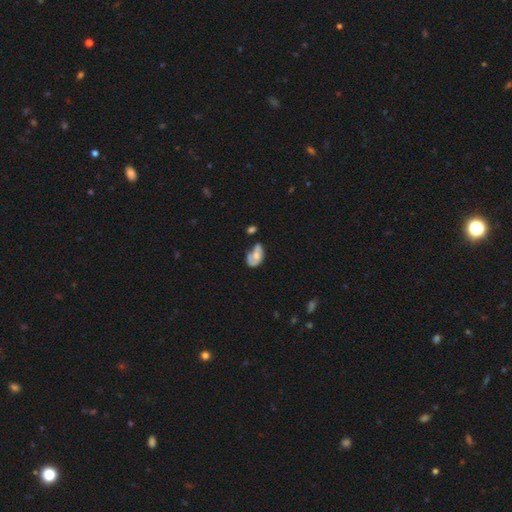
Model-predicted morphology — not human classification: A smooth galaxy with no disk features (48%).

Vote fractions:
- Smooth or featured? smooth: 48% / featured or disk: 44% / star or artifact: 8%
- Merging? minor disturbance: 28% / none: 25% / major disturbance: 25% / merger: 22%